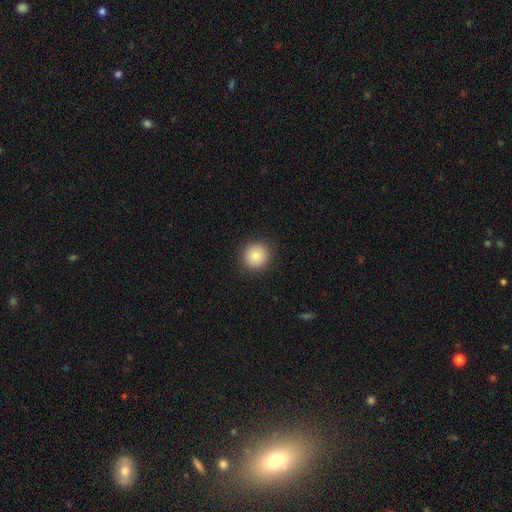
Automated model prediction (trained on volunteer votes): smooth-or-featured: smooth: 85% | star or artifact: 9% | featured or disk: 6%
  how-rounded: round: 92% | in between: 7% | cigar-shaped: 1%
  merging: none: 91% | minor disturbance: 6% | major disturbance: 2% | merger: 1%